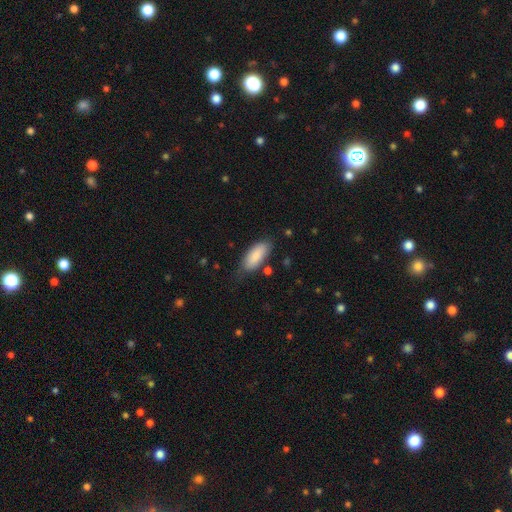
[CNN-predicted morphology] A smooth galaxy with no disk features (88%) that is in between round and cigar-shaped (84%).

Vote fractions:
- Smooth or featured? smooth: 88% / featured or disk: 7% / star or artifact: 6%
- How rounded? in between: 84% / cigar-shaped: 14% / round: 2%
- Merging? none: 73% / minor disturbance: 19% / major disturbance: 5% / merger: 3%